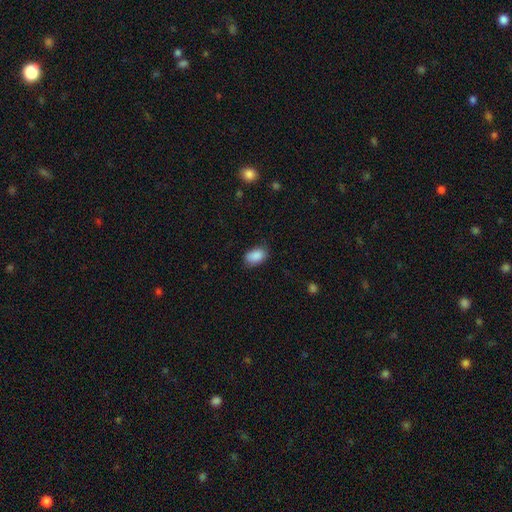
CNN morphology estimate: This appears to be a smooth galaxy with no disk features (89%) that is in between round and cigar-shaped (89%). Merging: none (80%).